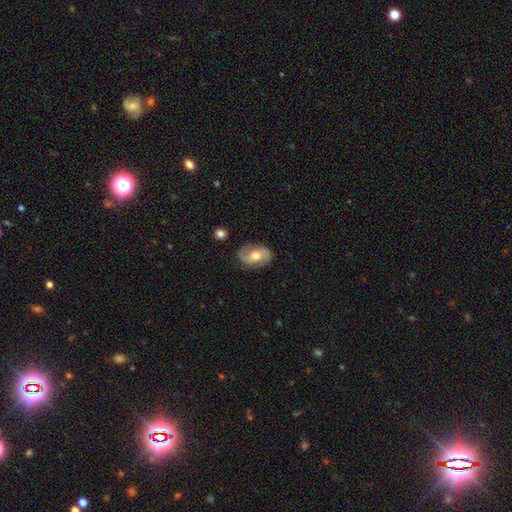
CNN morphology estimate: smooth-or-featured: featured or disk: 52% | smooth: 41% | star or artifact: 7%
  disk-edge-on: no: 95% | yes: 5%
  merging: none: 78% | minor disturbance: 16% | major disturbance: 4% | merger: 1%